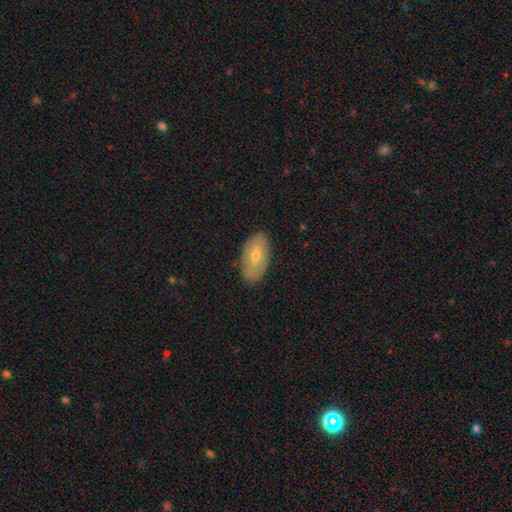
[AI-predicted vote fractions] The model was most divided on "smooth or featured": smooth: 59%, featured or disk: 34%, star or artifact: 7%. More confident: how rounded — in between (93%); merging — none (86%).